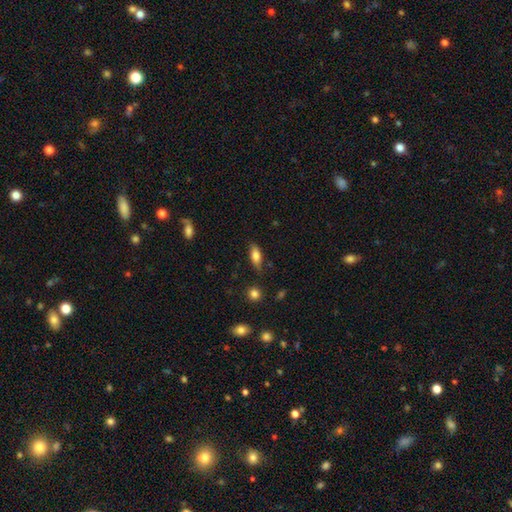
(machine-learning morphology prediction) Smooth or featured: smooth — 78% (featured or disk — 14%)
How rounded: in between — 77% (cigar-shaped — 20%)
Merging: none — 78% (minor disturbance — 17%)